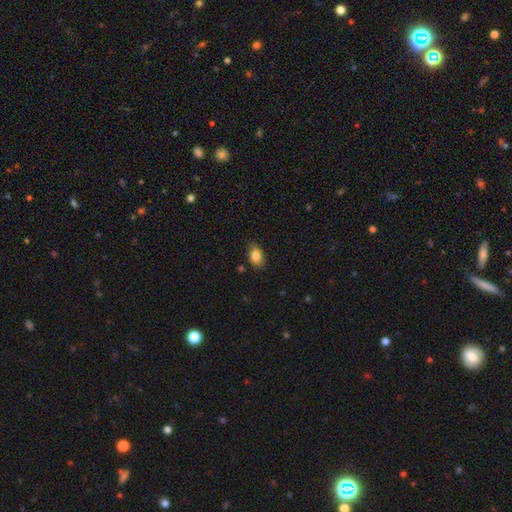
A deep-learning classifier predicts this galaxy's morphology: smooth 82%, featured or disk 10%, star or artifact 8%. Down the decision tree: how rounded — in between (86%); merging — none (73%).